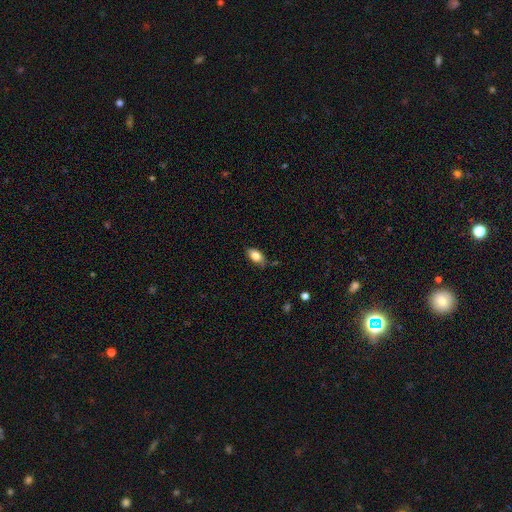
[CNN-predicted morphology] This is clearly a smooth galaxy (81%). How rounded: clearly in between (90%). Merging: likely none (78%).